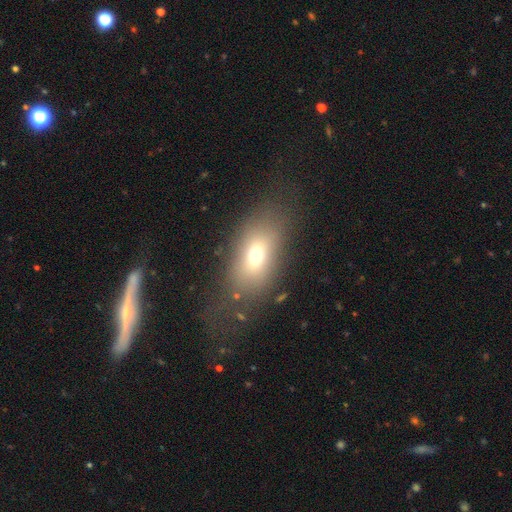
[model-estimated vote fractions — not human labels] The model was most divided on "smooth or featured": smooth: 66%, featured or disk: 19%, star or artifact: 14%. More confident: how rounded — in between (80%); merging — none (70%).